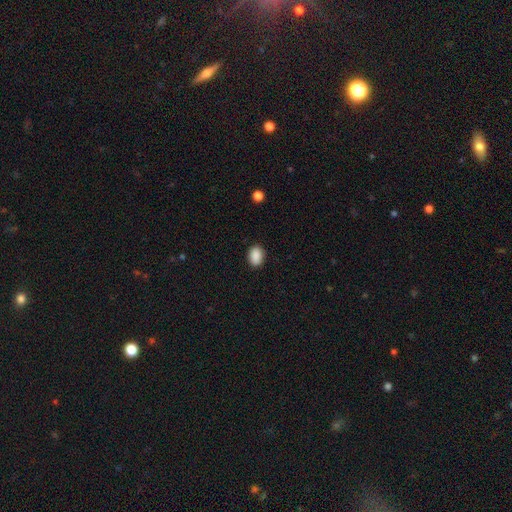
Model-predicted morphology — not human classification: The model was most divided on "how rounded": in between: 75%, round: 24%, cigar-shaped: 1%. More confident: smooth or featured — smooth (90%); merging — none (88%).